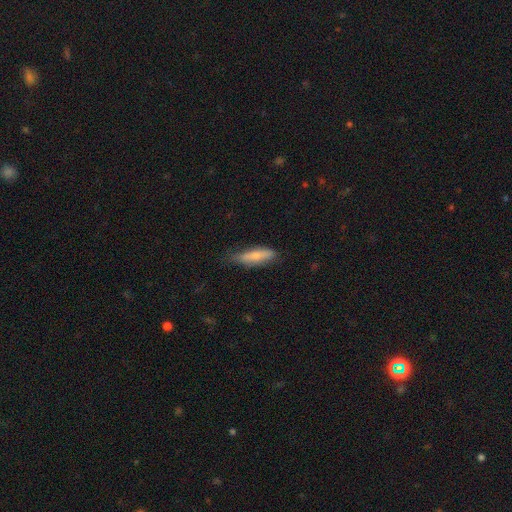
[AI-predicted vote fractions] Smooth or featured?
  - smooth: 71% *
  - featured or disk: 23%
  - star or artifact: 6%
How rounded?
  - cigar-shaped: 66% *
  - in between: 32%
  - round: 2%
Merging?
  - none: 68% *
  - minor disturbance: 26%
  - major disturbance: 5%
  - merger: 2%